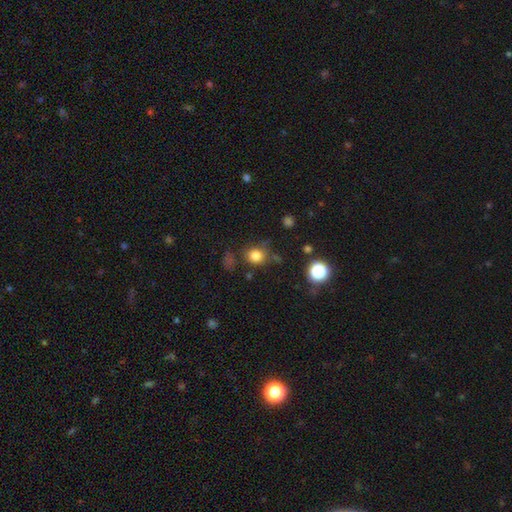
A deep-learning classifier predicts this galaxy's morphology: Smooth or featured: smooth — 81% (star or artifact — 14%)
How rounded: round — 79% (in between — 20%)
Merging: none — 73% (minor disturbance — 16%)